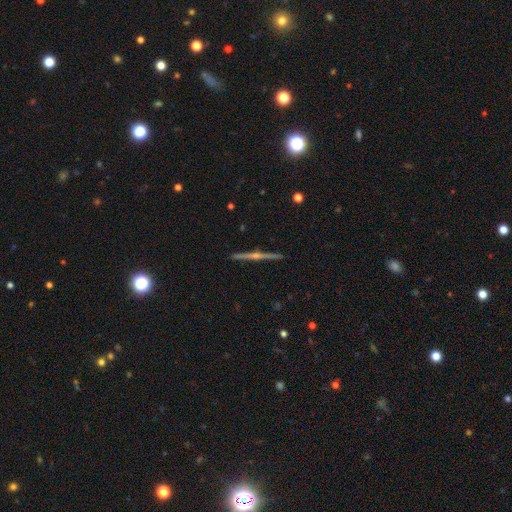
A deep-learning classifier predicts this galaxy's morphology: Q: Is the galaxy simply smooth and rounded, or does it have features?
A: featured or disk — 64%.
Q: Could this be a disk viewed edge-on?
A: yes — 94%.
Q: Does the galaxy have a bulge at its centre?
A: rounded — 69%.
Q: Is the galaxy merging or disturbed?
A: none — 87%.